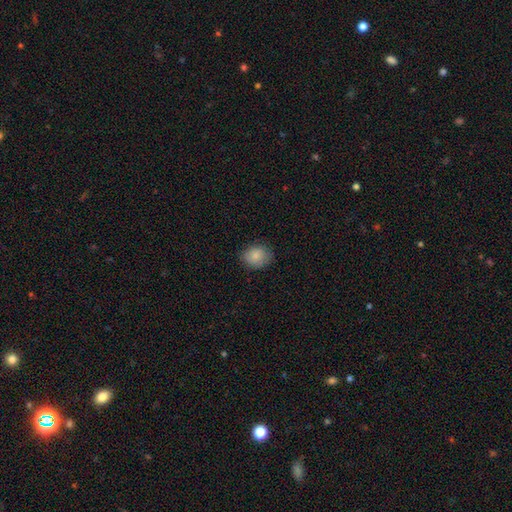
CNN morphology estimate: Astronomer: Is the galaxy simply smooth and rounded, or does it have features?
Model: smooth — 84%.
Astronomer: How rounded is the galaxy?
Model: round — 60% (runner-up: in between, 39%).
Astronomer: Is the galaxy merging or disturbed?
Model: none — 79%.